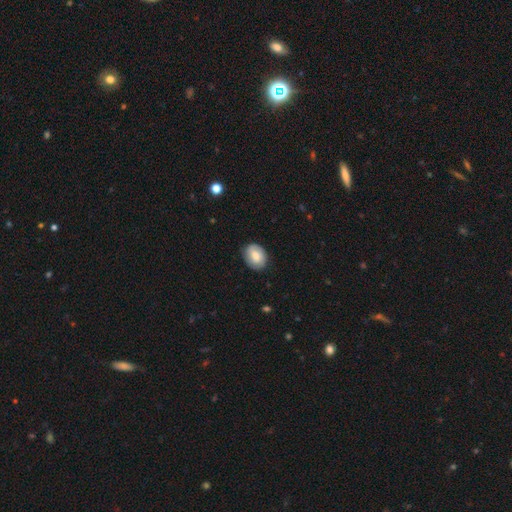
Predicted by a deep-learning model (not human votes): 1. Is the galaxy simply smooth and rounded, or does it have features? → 67% smooth, 26% featured or disk, 7% star or artifact.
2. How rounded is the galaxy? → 61% in between, 38% round, 1% cigar-shaped.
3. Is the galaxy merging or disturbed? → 81% none, 15% minor disturbance, 3% major disturbance, 1% merger.